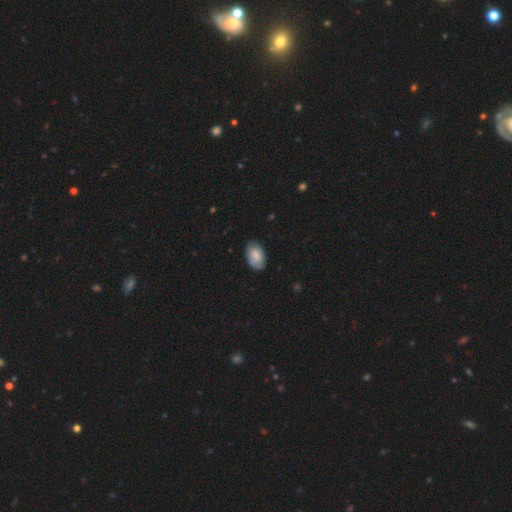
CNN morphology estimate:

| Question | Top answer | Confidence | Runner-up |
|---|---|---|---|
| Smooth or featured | smooth | 80% | featured or disk (14%) |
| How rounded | in between | 93% | round (6%) |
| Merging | none | 78% | minor disturbance (18%) |